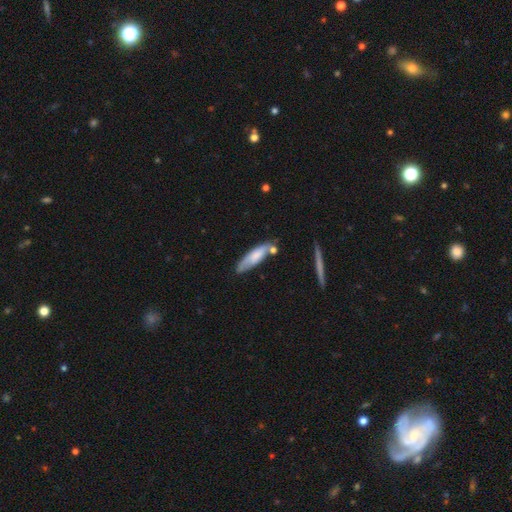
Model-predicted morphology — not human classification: Overall: smooth (70%). How rounded: cigar-shaped (62%; in between 37%). Merging: none (61%; minor disturbance 22%).